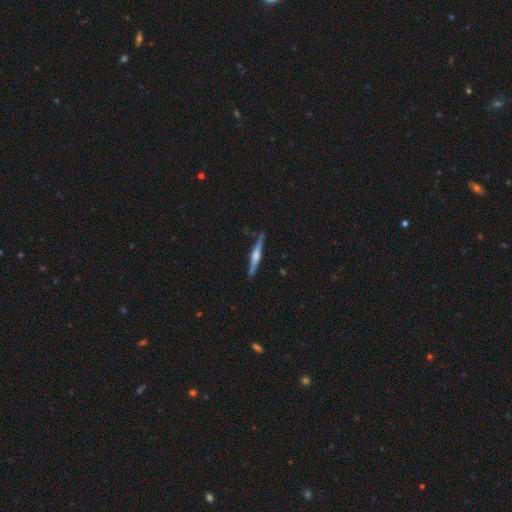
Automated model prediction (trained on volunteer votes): Smooth or featured?
  - featured or disk: 74% *
  - smooth: 21%
  - star or artifact: 5%
Edge-on disk?
  - yes: 98% *
  - no: 2%
Edge-on bulge?
  - rounded: 78% *
  - boxy: 16%
  - none: 7%
Merging?
  - none: 86% *
  - minor disturbance: 10%
  - major disturbance: 2%
  - merger: 2%